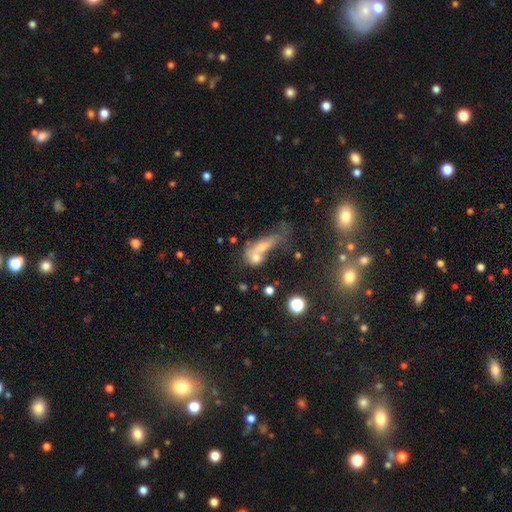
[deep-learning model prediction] A smooth galaxy with no disk features (53%) that is in between round and cigar-shaped (52%). Merging: merger (58%).